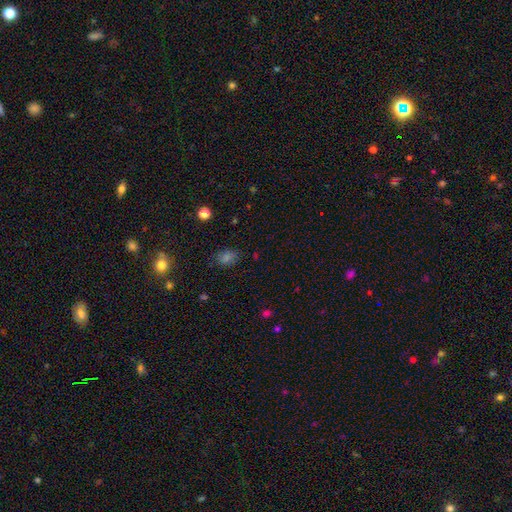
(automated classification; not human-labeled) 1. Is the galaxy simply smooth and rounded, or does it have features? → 64% smooth, 30% star or artifact, 6% featured or disk.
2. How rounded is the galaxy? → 67% in between, 31% round, 2% cigar-shaped.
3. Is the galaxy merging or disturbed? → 75% none, 17% minor disturbance, 5% major disturbance, 3% merger.